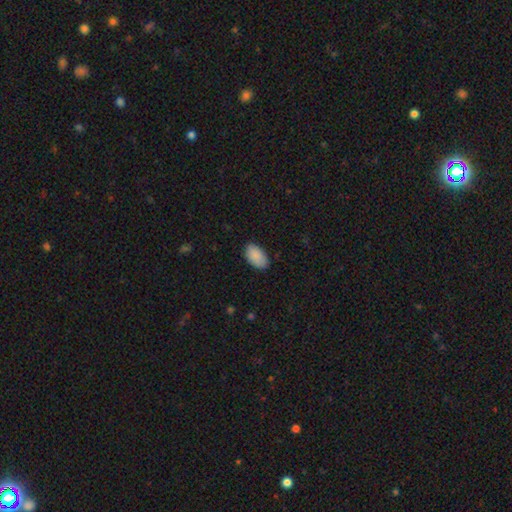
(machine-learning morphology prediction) Overall: smooth (90%). How rounded: in between (95%). Merging: none (85%).